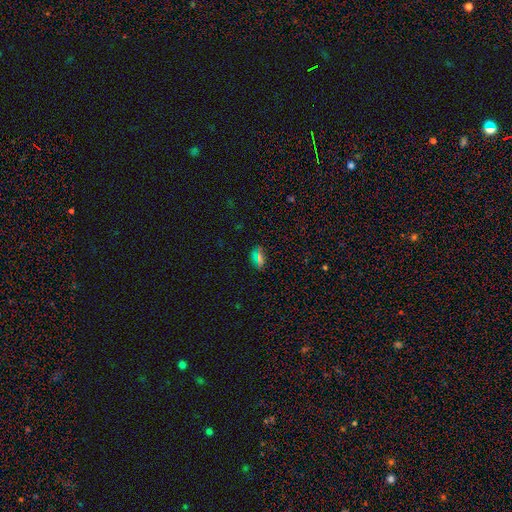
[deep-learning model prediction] The model was most divided on "smooth or featured": smooth: 58%, star or artifact: 33%, featured or disk: 9%. More confident: merging — none (82%); how rounded — in between (79%).